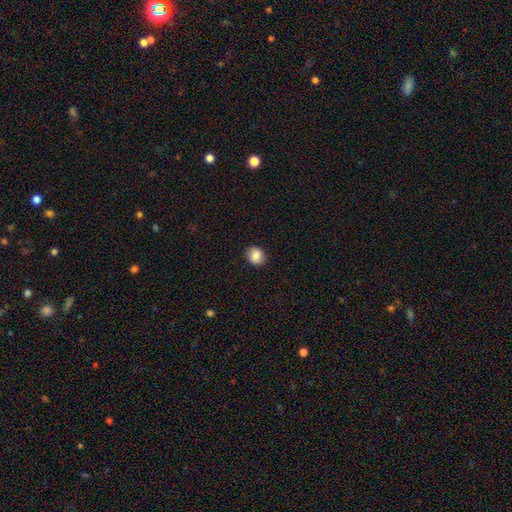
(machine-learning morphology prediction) This is clearly a smooth galaxy (85%). How rounded: likely round (62%). Merging: clearly none (88%).